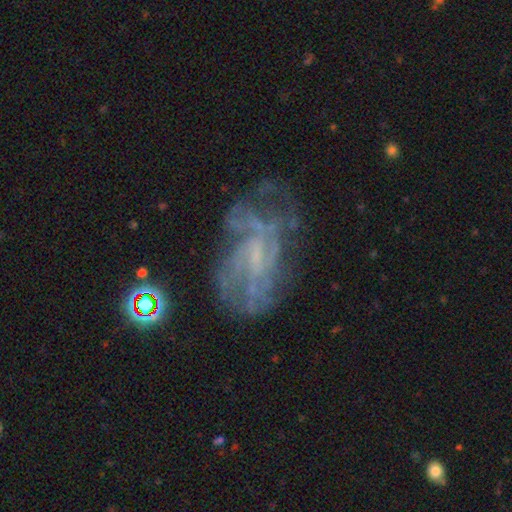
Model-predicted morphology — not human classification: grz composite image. It shows a featured or disk galaxy (71%) with no bar (45%), spiral arms (71%) and a small central bulge (46%). Merging: none (52%).